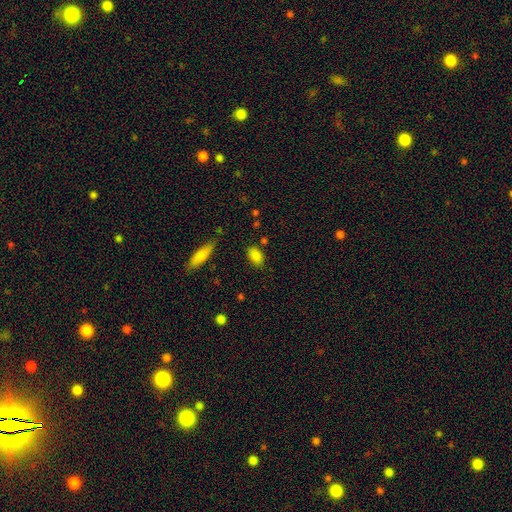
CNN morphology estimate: Overall: smooth (85%). How rounded: in between (88%). Merging: none (80%).